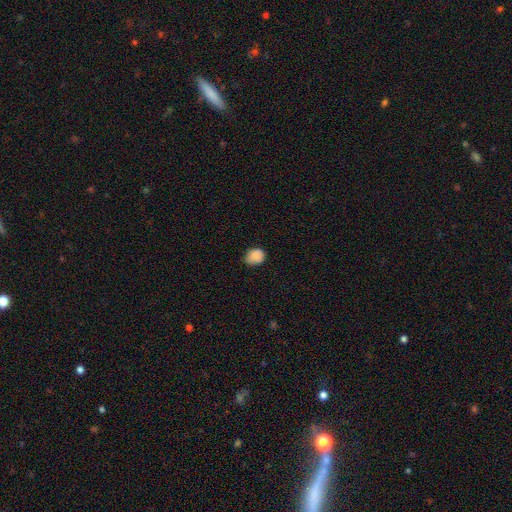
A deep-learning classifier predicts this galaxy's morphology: Q: Smooth or featured?
A: smooth (86%); runner-up: star or artifact (9%)
Q: How rounded?
A: round (60%); runner-up: in between (39%)
Q: Merging?
A: none (71%); runner-up: minor disturbance (24%)